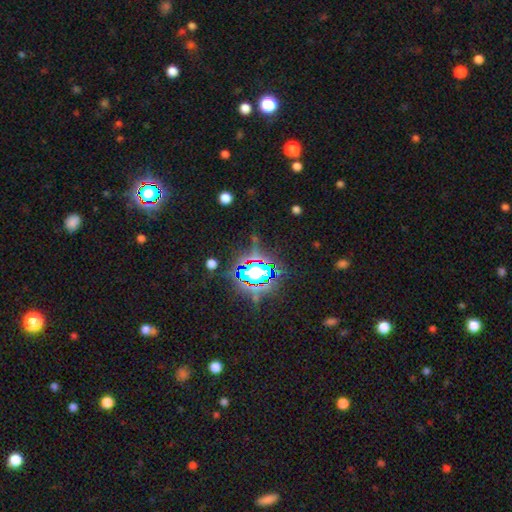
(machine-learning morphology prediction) A star or artifact, not a galaxy (82%).